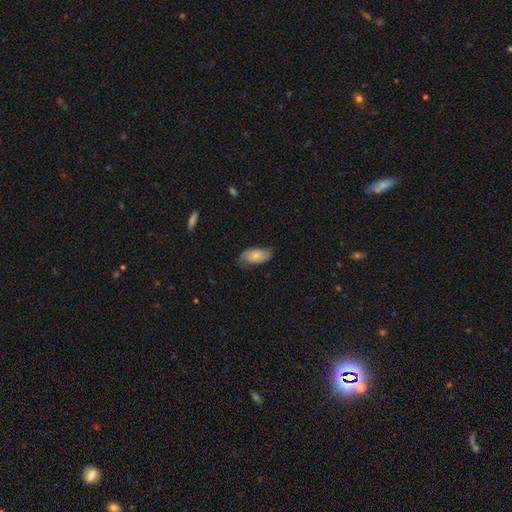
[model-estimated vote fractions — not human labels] Smooth or featured: smooth — 68% (featured or disk — 25%)
How rounded: in between — 93% (cigar-shaped — 4%)
Merging: none — 66% (minor disturbance — 26%)